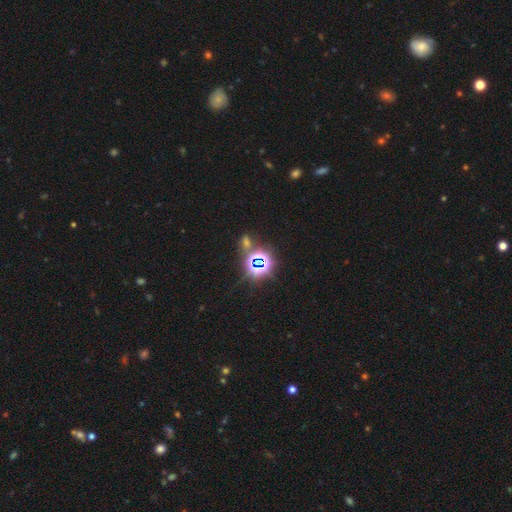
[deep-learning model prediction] This is likely a star or artifact rather than a galaxy (76%).